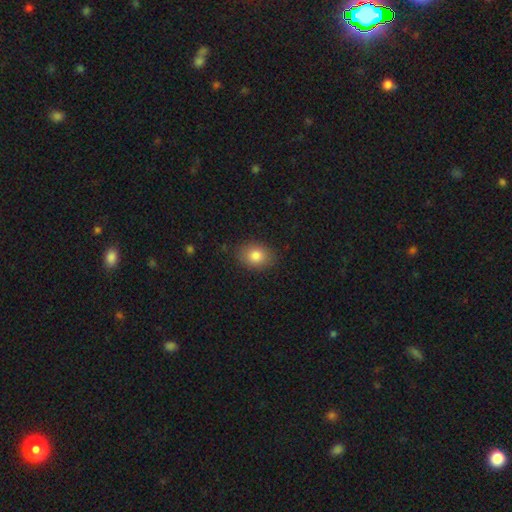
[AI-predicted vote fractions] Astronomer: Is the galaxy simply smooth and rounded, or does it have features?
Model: smooth — 83%.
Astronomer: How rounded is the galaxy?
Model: in between — 59% (runner-up: round, 40%).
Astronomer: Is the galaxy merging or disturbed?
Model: none — 85%.